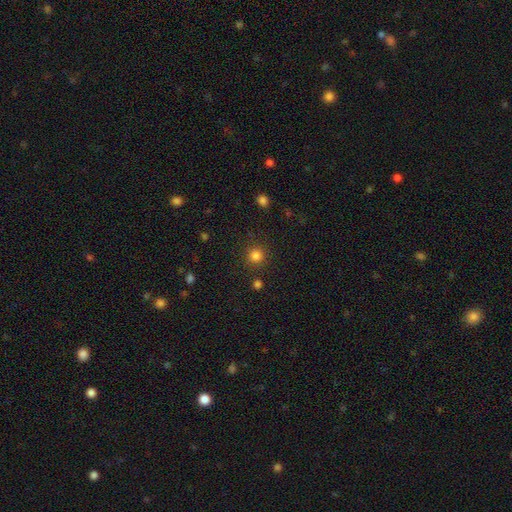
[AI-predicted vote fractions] smooth 82%, star or artifact 14%, featured or disk 4%. Down the decision tree: how rounded — round (94%); merging — none (89%).